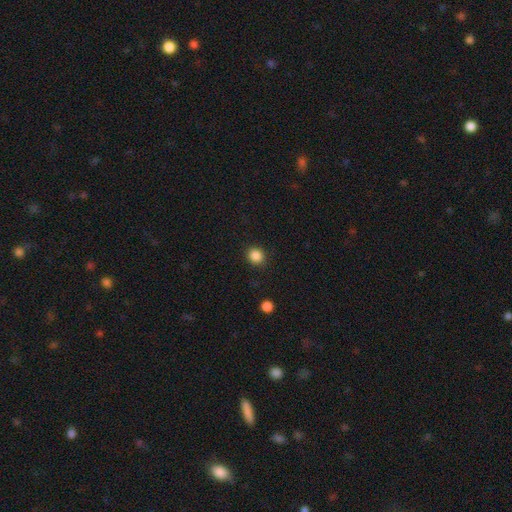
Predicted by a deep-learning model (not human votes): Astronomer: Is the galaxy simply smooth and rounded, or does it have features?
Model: smooth — 87%.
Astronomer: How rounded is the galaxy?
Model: round — 86%.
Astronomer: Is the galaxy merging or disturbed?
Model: none — 90%.